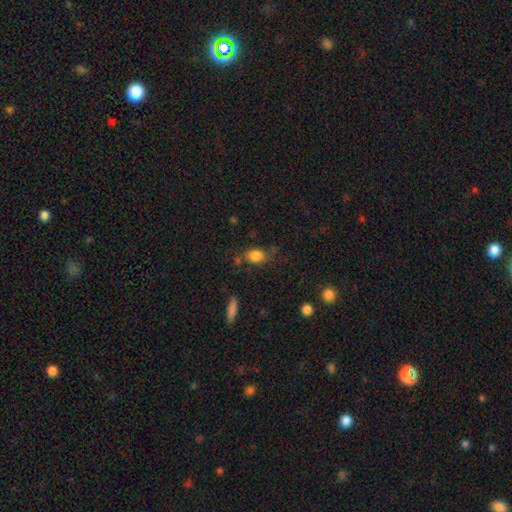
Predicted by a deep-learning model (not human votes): This is clearly a smooth galaxy (82%). How rounded: likely in between (71%). Merging: likely none (68%).